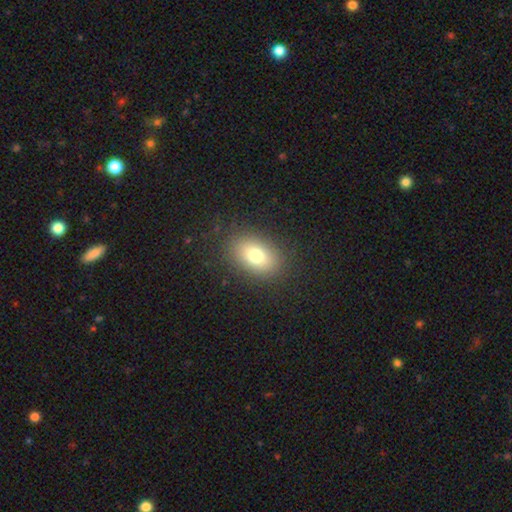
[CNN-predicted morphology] Smooth or featured? Predicted: smooth (p=0.76). How rounded? Predicted: in between (p=0.80). Merging? Predicted: none (p=0.86).